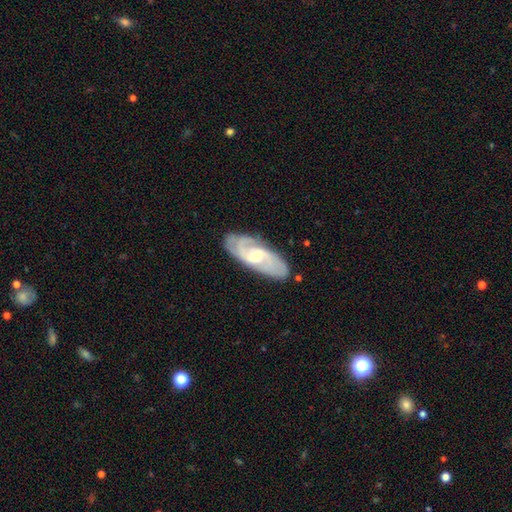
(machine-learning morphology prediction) A featured or disk galaxy (80%) with no bar (46%), 2 (41%) tight (45%) spiral arms (95%) and a moderate central bulge (48%). Merging: none (79%).